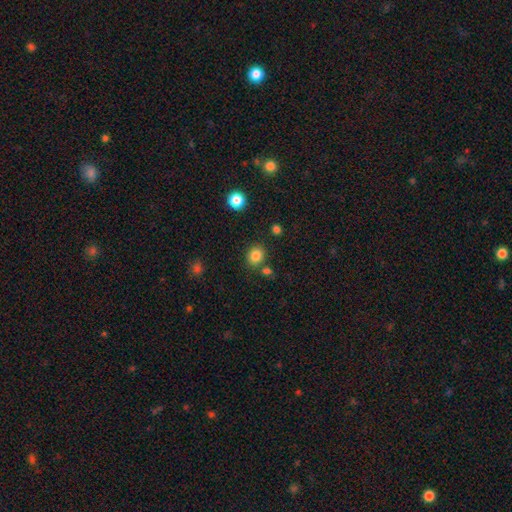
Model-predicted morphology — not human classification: Smooth or featured?
  - smooth: 84% *
  - star or artifact: 11%
  - featured or disk: 5%
How rounded?
  - round: 69% *
  - in between: 30%
  - cigar-shaped: 1%
Merging?
  - none: 79% *
  - minor disturbance: 10%
  - merger: 8%
  - major disturbance: 3%